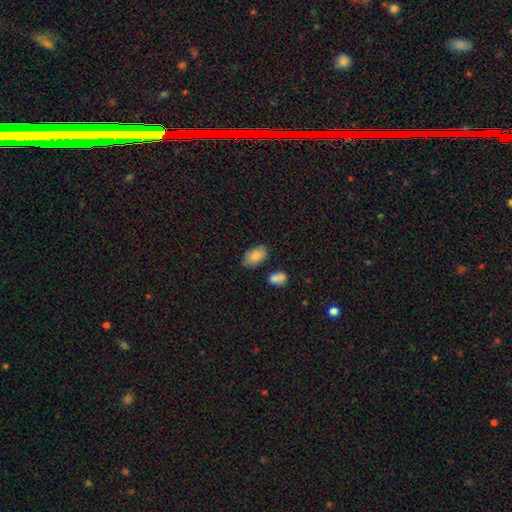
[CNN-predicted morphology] The model was most divided on "merging": none: 75%, minor disturbance: 15%, merger: 6%, major disturbance: 3%. More confident: how rounded — in between (94%); smooth or featured — smooth (86%).